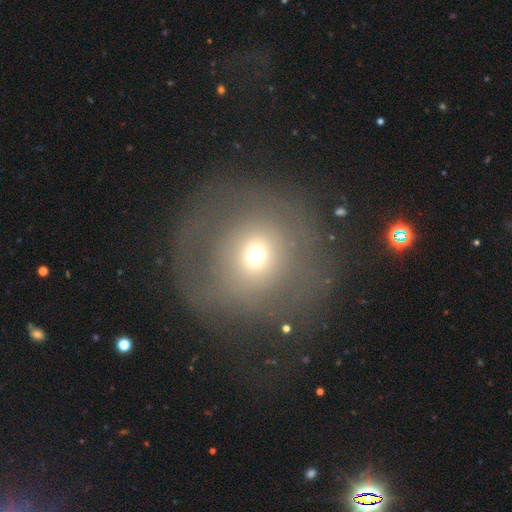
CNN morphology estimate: Smooth or featured? smooth (52%)
How rounded? round (86%)
Merging? none (56%)